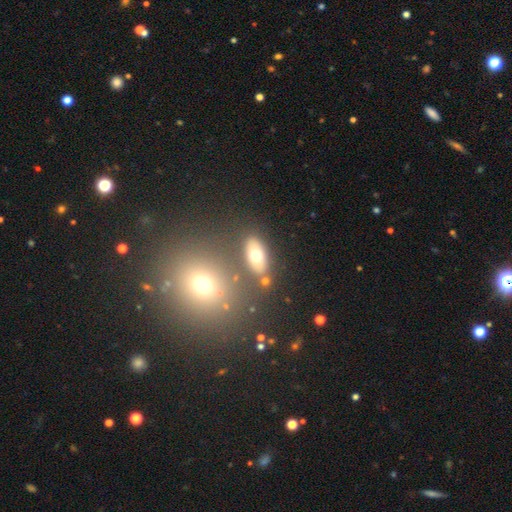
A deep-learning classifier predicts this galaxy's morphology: A smooth galaxy with no disk features (67%) that is in between round and cigar-shaped (83%). Merging: none (76%).